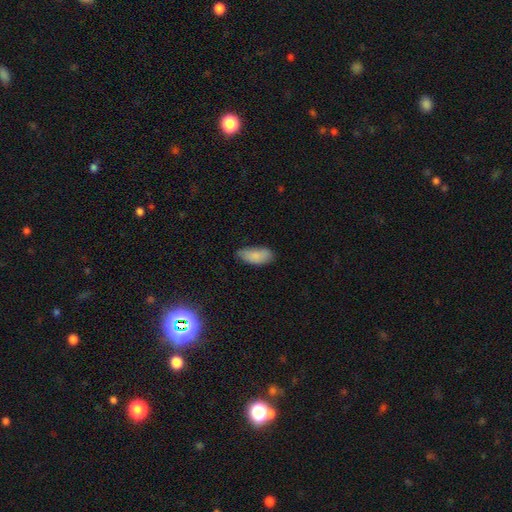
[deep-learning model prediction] This is clearly a smooth galaxy (85%). How rounded: clearly in between (89%). Merging: likely none (68%).